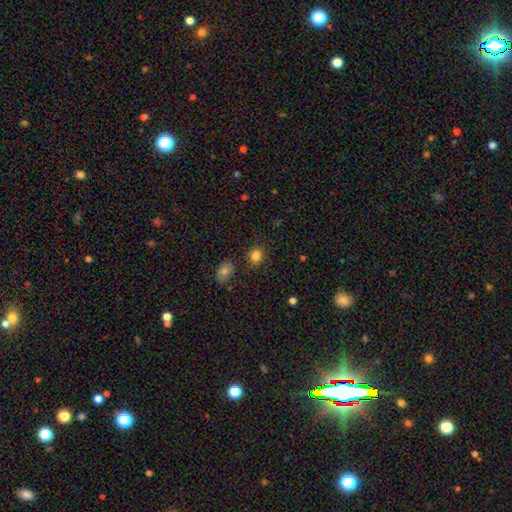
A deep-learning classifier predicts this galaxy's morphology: smooth-or-featured: smooth: 84% | star or artifact: 12% | featured or disk: 5%
  how-rounded: round: 64% | in between: 35% | cigar-shaped: 1%
  merging: none: 83% | minor disturbance: 10% | merger: 3% | major disturbance: 3%